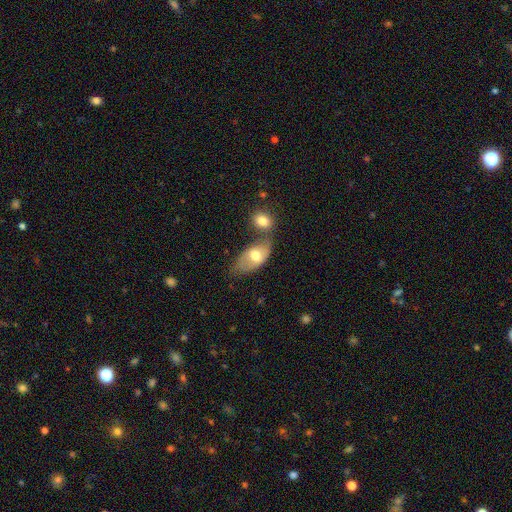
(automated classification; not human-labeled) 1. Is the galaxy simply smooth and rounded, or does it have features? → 62% smooth, 31% featured or disk, 7% star or artifact.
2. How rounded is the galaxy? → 90% in between, 7% round, 3% cigar-shaped.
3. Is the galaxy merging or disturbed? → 41% merger, 32% none, 18% minor disturbance, 9% major disturbance.